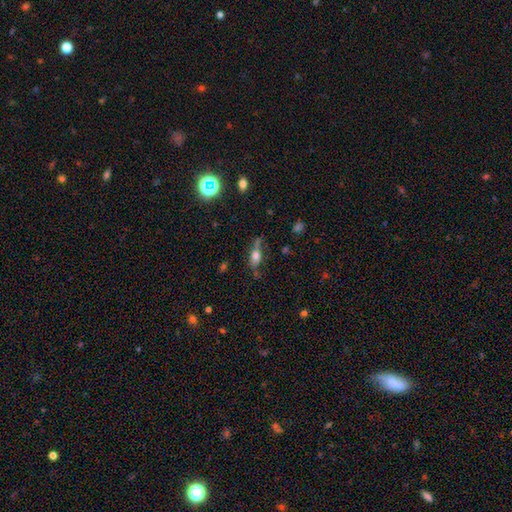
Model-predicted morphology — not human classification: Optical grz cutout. It shows a smooth galaxy with no disk features (50%) that is in between round and cigar-shaped (62%). Merging: none (58%).